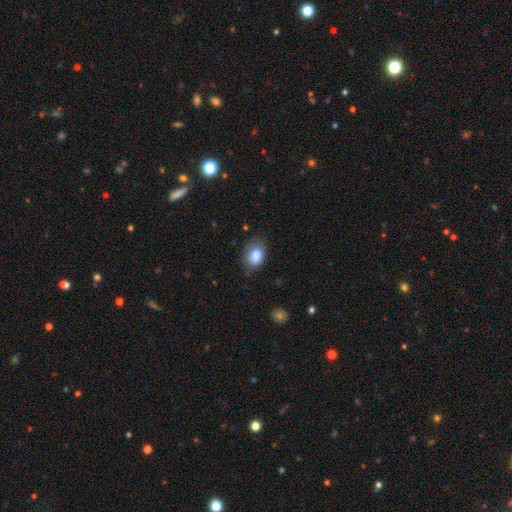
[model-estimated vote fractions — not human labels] Morphology: type=smooth (83%); roundness=in between (83%); merging=none (64%).